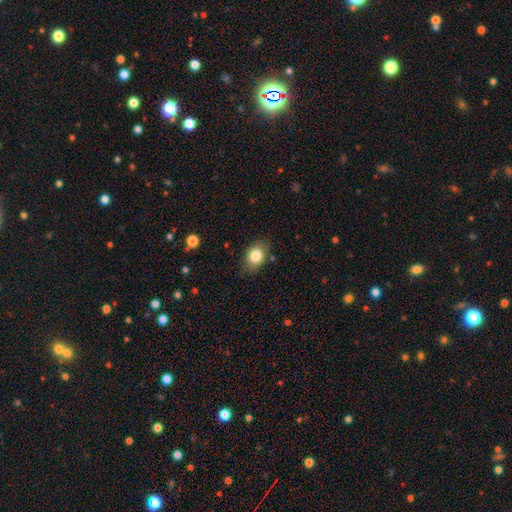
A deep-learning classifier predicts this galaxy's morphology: Smooth or featured? Predicted: smooth (p=0.82). How rounded? Predicted: in between (p=0.70). Merging? Predicted: none (p=0.78).